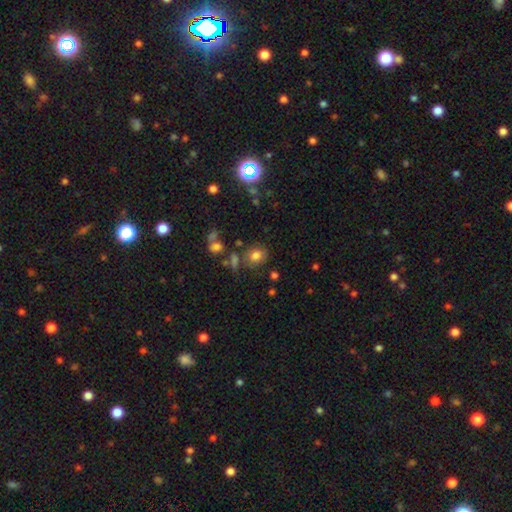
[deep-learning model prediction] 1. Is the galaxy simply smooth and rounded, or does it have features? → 77% smooth, 13% star or artifact, 10% featured or disk.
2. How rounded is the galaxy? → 62% round, 37% in between, 1% cigar-shaped.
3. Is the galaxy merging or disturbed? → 72% none, 15% minor disturbance, 8% merger, 5% major disturbance.